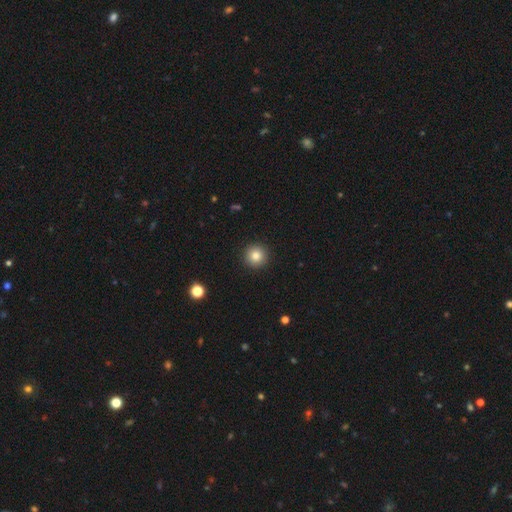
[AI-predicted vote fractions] A smooth galaxy with no disk features (83%) that is round (96%).

Vote fractions:
- Smooth or featured? smooth: 83% / star or artifact: 11% / featured or disk: 6%
- How rounded? round: 96% / in between: 3% / cigar-shaped: 1%
- Merging? none: 93% / minor disturbance: 5% / major disturbance: 2% / merger: 1%